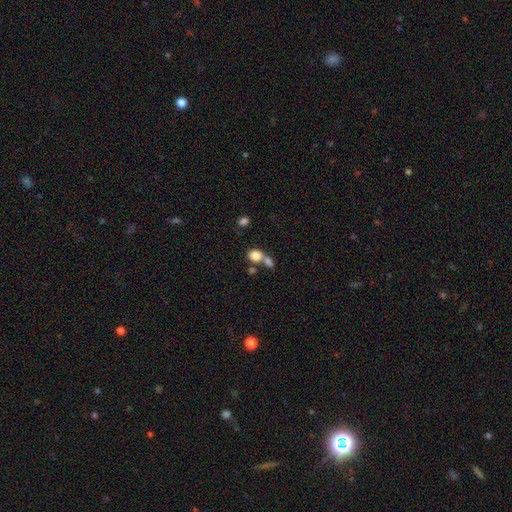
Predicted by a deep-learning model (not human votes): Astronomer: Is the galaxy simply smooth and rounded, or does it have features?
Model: smooth — 82%.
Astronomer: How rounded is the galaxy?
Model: round — 65%.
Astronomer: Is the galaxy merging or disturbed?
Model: merger — 51% (runner-up: none, 35%).